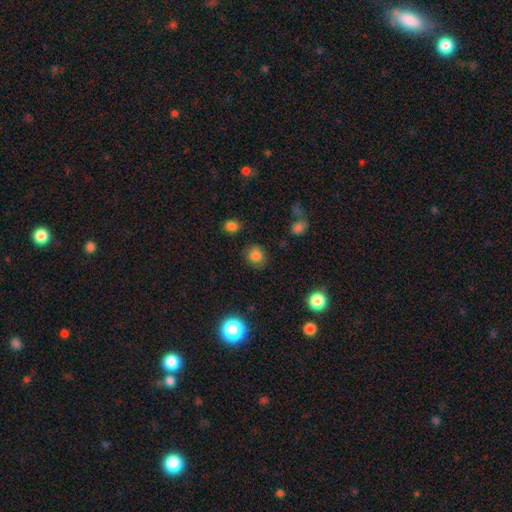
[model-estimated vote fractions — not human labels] smooth_or_featured: smooth (p=0.80) [alt: star or artifact p=0.14]
how_rounded: round (p=0.80) [alt: in between p=0.19]
merging: none (p=0.82) [alt: minor disturbance p=0.12]